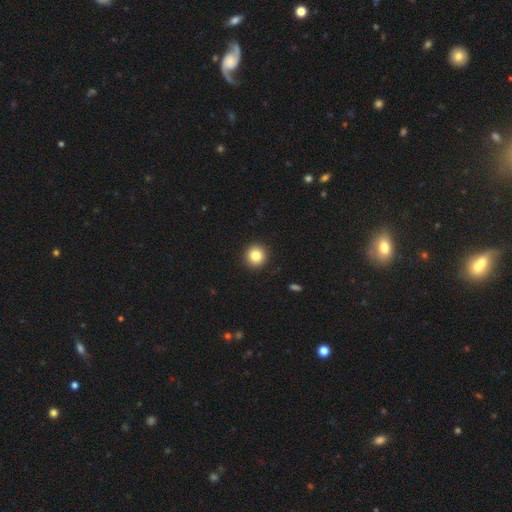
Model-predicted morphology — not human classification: A smooth galaxy with no disk features (83%) that is round (94%). Merging: none (93%).